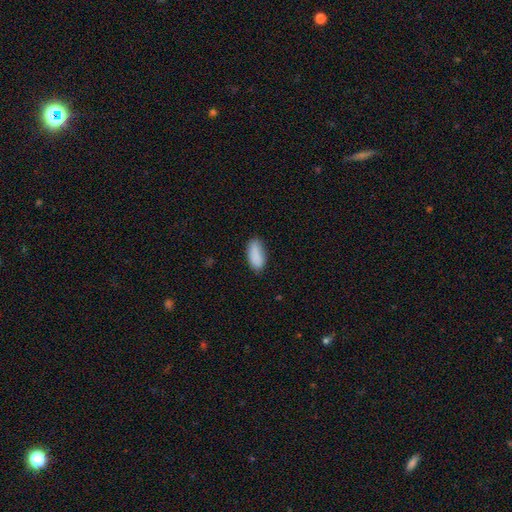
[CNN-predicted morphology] This appears to be a smooth galaxy with no disk features (87%) that is in between round and cigar-shaped (87%). Merging: none (75%).